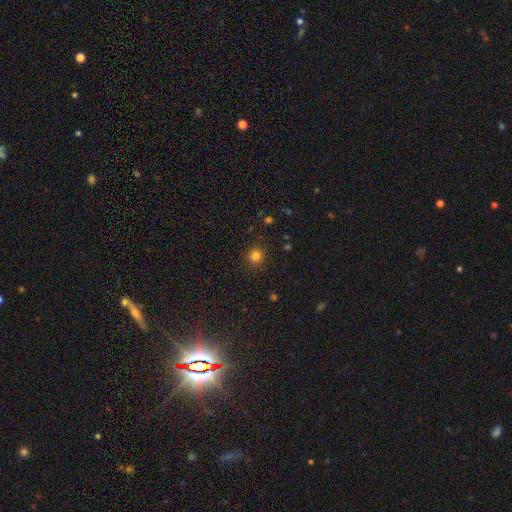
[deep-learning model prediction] Smooth or featured? Predicted: smooth (p=0.81). How rounded? Predicted: round (p=0.92). Merging? Predicted: none (p=0.90).